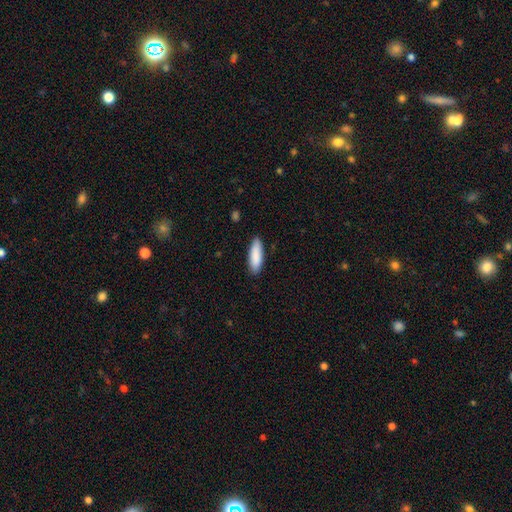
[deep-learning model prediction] A smooth galaxy with no disk features (89%) that is in between round and cigar-shaped (53%). Merging: none (88%).